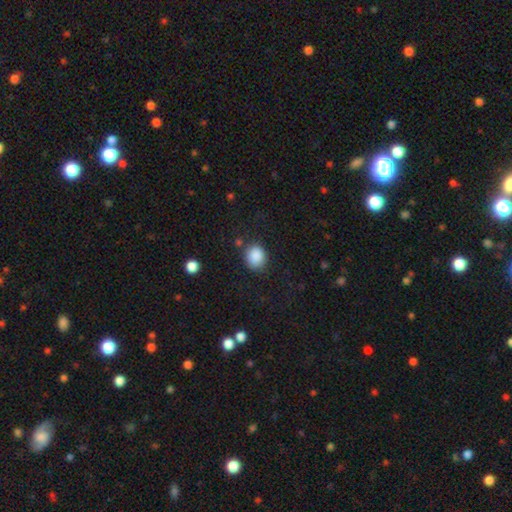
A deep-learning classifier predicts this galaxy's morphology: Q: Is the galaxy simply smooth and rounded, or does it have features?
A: smooth — 88%.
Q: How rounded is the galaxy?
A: round — 71%.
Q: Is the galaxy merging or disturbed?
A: none — 80%.